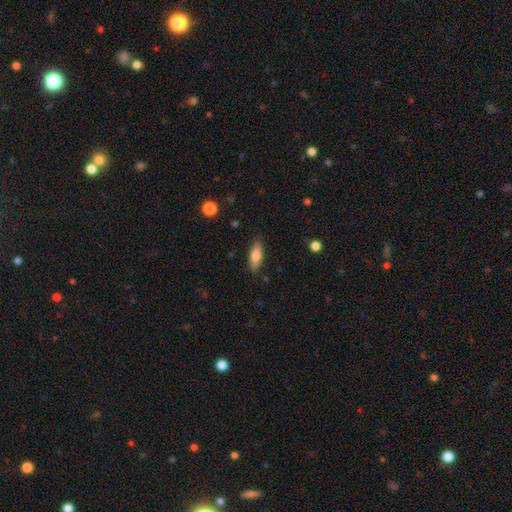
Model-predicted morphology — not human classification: Smooth or featured? Predicted: smooth (p=0.74). How rounded? Predicted: in between (p=0.64). Merging? Predicted: none (p=0.87).